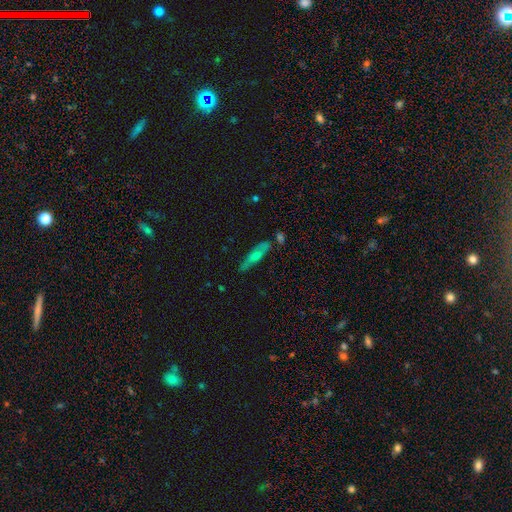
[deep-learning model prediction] smooth-or-featured: featured or disk: 46% | smooth: 45% | star or artifact: 10%
  merging: none: 72% | minor disturbance: 17% | merger: 6% | major disturbance: 5%